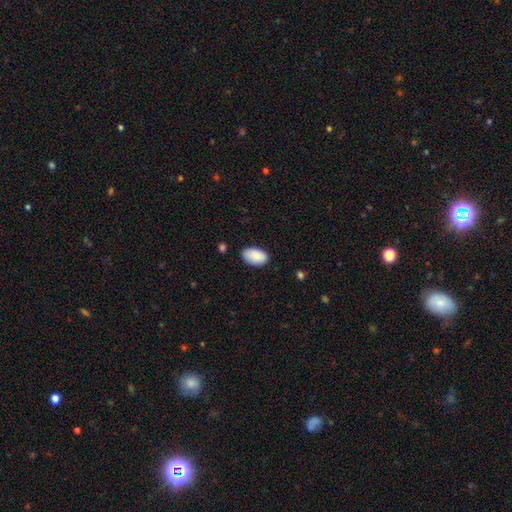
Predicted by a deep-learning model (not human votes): A smooth galaxy with no disk features (90%) that is in between round and cigar-shaped (95%). Merging: none (82%).